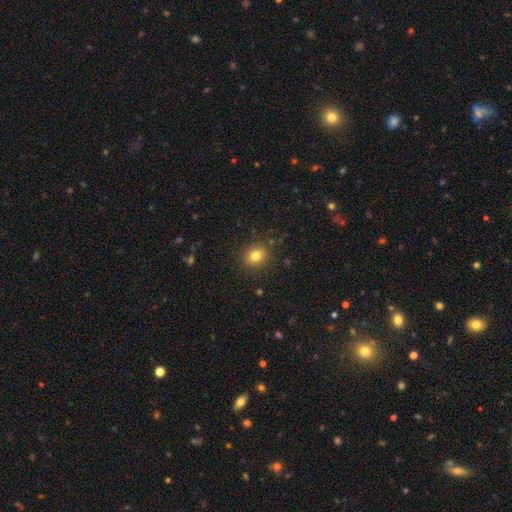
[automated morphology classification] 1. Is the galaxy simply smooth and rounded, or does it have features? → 80% smooth, 12% star or artifact, 8% featured or disk.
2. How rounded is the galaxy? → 68% round, 31% in between, 1% cigar-shaped.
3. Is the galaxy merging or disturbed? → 88% none, 8% minor disturbance, 3% major disturbance, 1% merger.